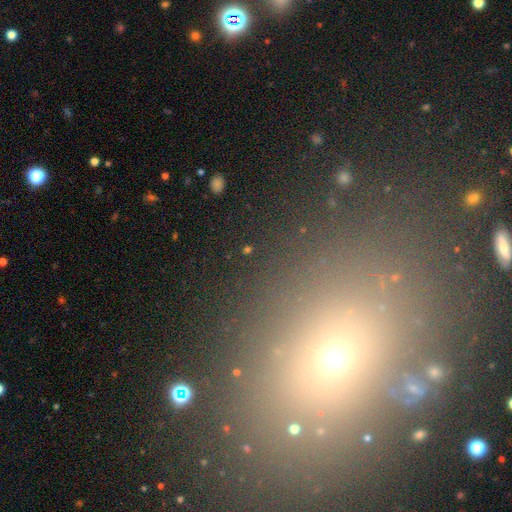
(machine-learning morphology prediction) Overall: smooth (55%; star or artifact 33%). How rounded: in between (62%; round 35%). Merging: none (83%).